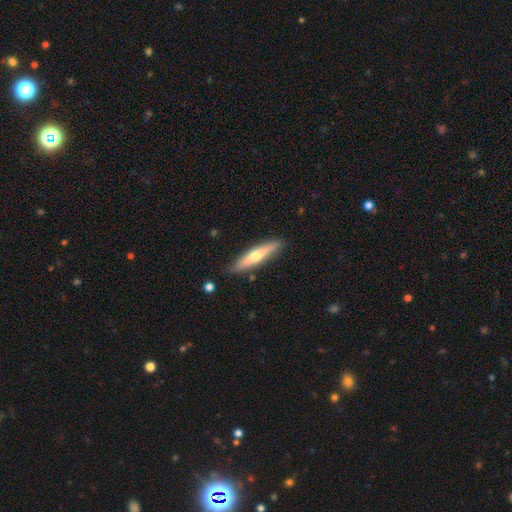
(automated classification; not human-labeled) smooth 49%, featured or disk 46%, star or artifact 6%. Down the decision tree: merging — none (86%).